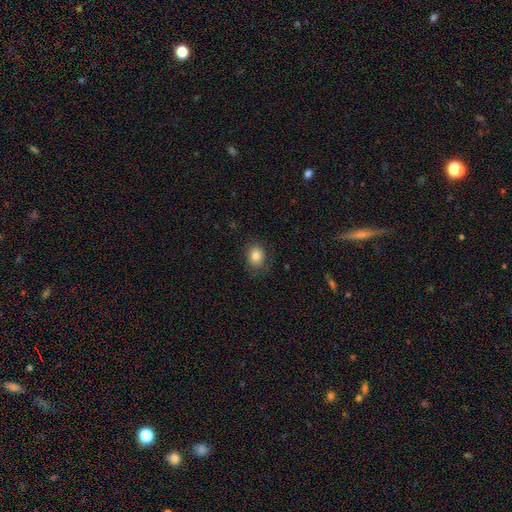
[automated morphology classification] Smooth or featured: smooth — 82% (star or artifact — 10%)
How rounded: round — 52% (in between — 47%)
Merging: none — 81% (minor disturbance — 14%)